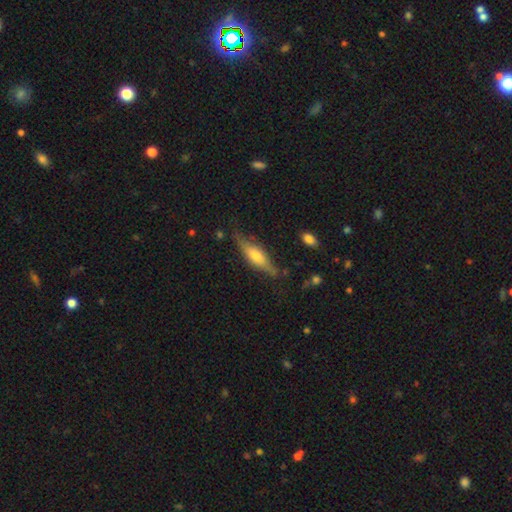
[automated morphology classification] The model was most divided on "smooth or featured": featured or disk: 53%, smooth: 41%, star or artifact: 6%. More confident: edge-on disk — yes (89%); merging — none (73%).